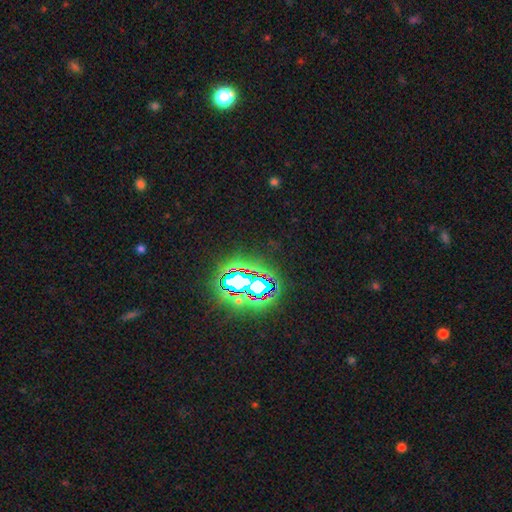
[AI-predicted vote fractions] The model was most divided on "smooth or featured": star or artifact: 82%, smooth: 11%, featured or disk: 7%.